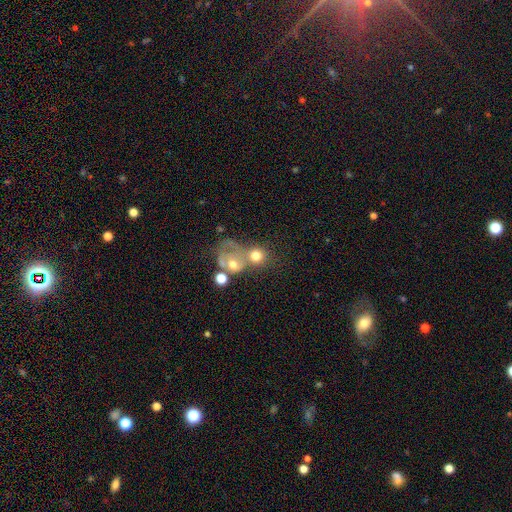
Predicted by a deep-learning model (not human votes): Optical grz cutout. It shows a smooth galaxy with no disk features (64%) that is round (77%). Merging: merger (49%).